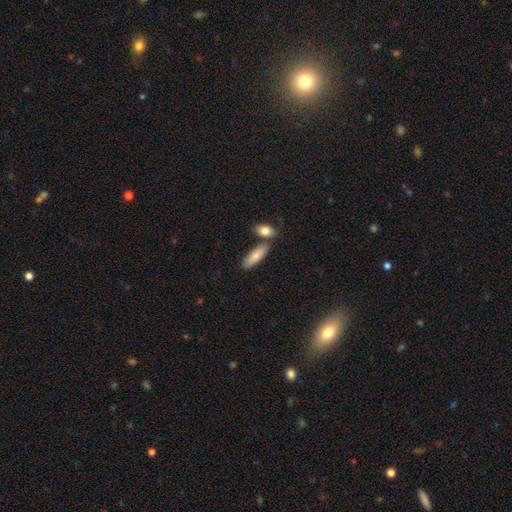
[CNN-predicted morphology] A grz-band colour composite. It shows a smooth galaxy with no disk features (84%) that is in between round and cigar-shaped (64%). Merging: none (68%).